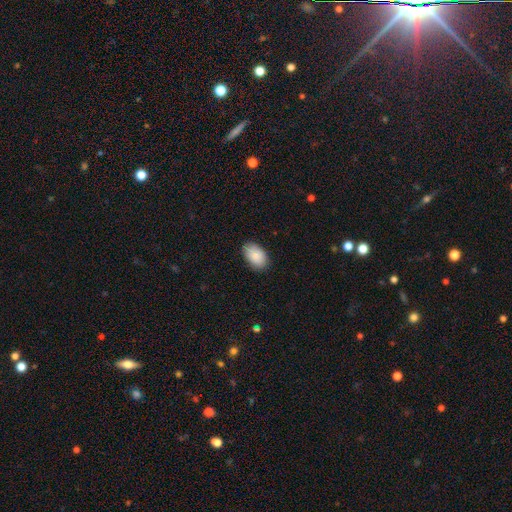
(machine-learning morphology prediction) Smooth or featured: smooth — 89% (star or artifact — 6%)
How rounded: in between — 92% (round — 7%)
Merging: none — 83% (minor disturbance — 14%)